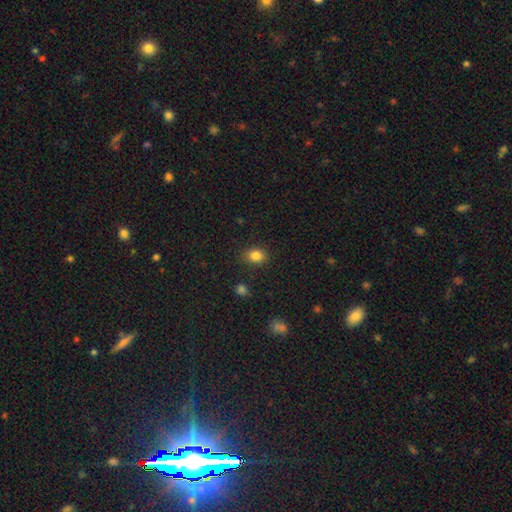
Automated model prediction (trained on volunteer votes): This is clearly a smooth galaxy (84%). How rounded: possibly in between (55%). Merging: clearly none (83%).